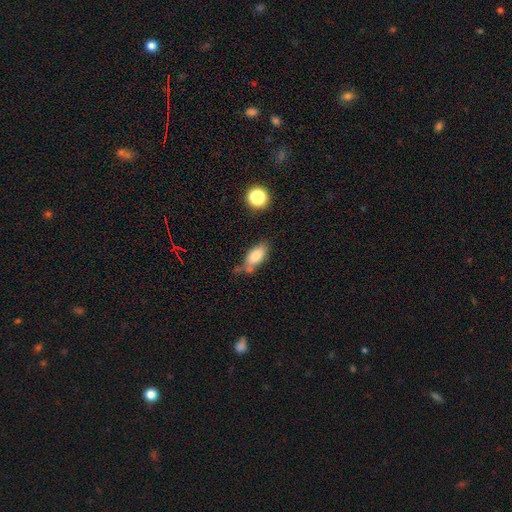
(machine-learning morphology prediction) This appears to be a smooth galaxy with no disk features (80%) that is in between round and cigar-shaped (86%). Merging: none (48%).